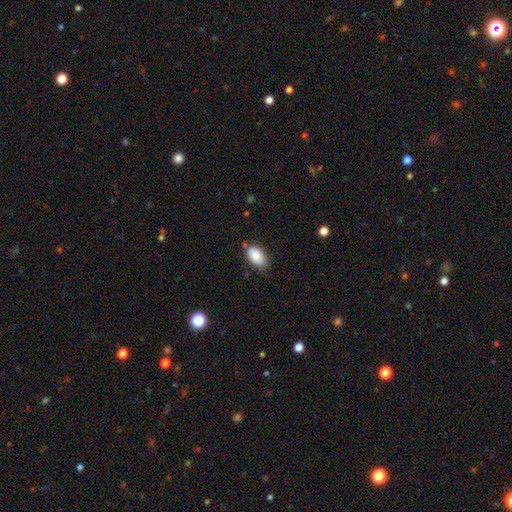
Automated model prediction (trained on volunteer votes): Smooth or featured?
  - smooth: 87% *
  - star or artifact: 7%
  - featured or disk: 6%
How rounded?
  - in between: 93% *
  - round: 5%
  - cigar-shaped: 2%
Merging?
  - none: 67% *
  - minor disturbance: 25%
  - major disturbance: 4%
  - merger: 3%